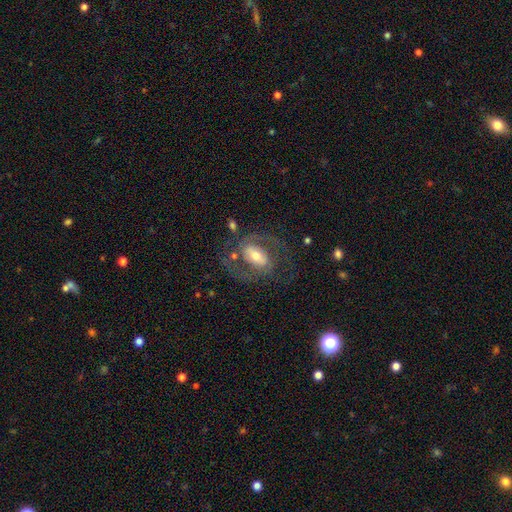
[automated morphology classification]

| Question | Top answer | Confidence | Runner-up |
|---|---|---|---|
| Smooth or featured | featured or disk | 77% | smooth (17%) |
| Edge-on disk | no | 96% | yes (4%) |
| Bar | weak | 39% | strong (35%) |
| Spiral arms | yes | 86% | no (14%) |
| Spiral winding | medium | 56% | tight (23%) |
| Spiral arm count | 2 | 87% | can't tell (6%) |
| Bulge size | moderate | 58% | small (25%) |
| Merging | none | 65% | major disturbance (16%) |